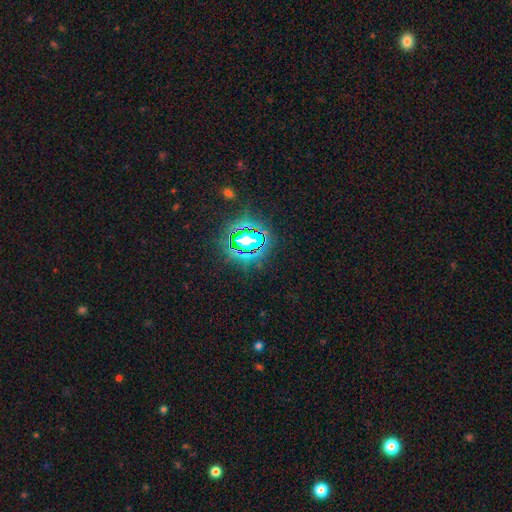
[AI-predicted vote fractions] A star or artifact, not a galaxy (82%).

Vote fractions:
- Smooth or featured? star or artifact: 82% / smooth: 12% / featured or disk: 6%